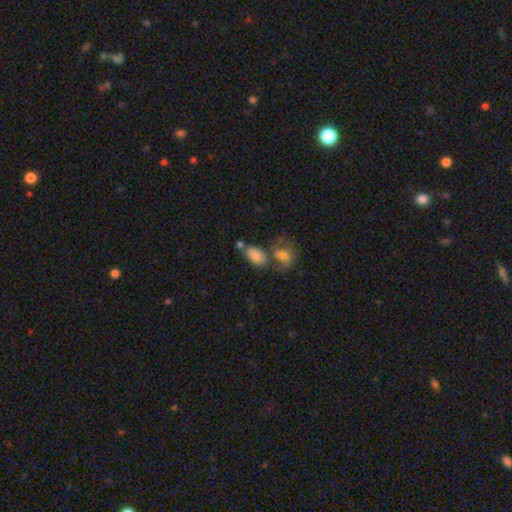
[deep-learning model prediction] Overall: smooth (81%). How rounded: in between (90%). Merging: none (43%; merger 33%).